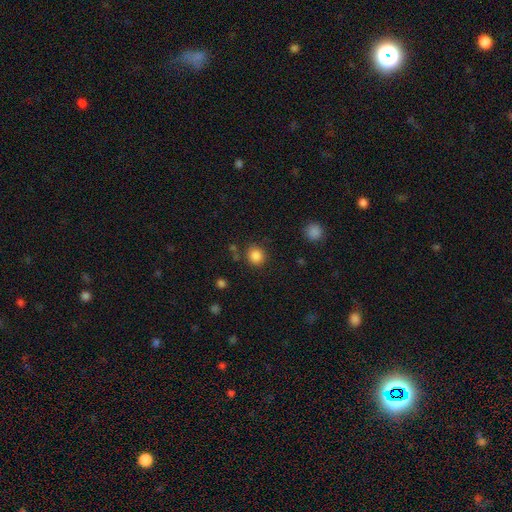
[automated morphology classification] This appears to be a smooth galaxy with no disk features (86%) that is round (90%). Merging: none (84%).